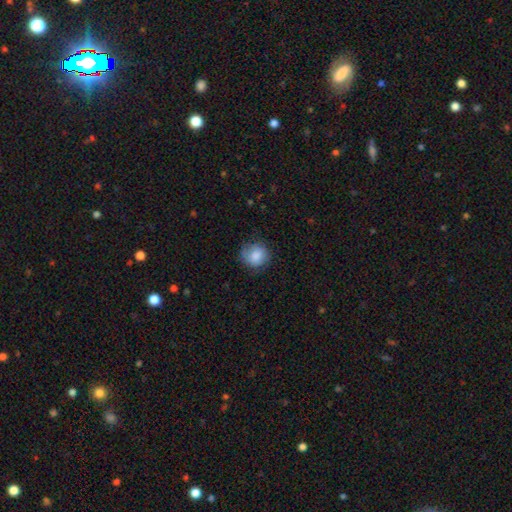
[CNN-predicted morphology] Smooth or featured? smooth (80%)
How rounded? round (86%)
Merging? none (71%)